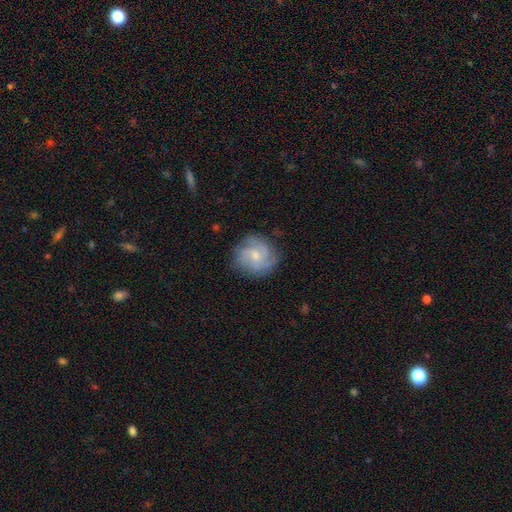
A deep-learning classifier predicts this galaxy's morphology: smooth_or_featured: featured or disk (p=0.64) [alt: smooth p=0.29]
disk_edge_on: no (p=0.98) [alt: yes p=0.02]
bar: no (p=0.56) [alt: weak p=0.39]
has_spiral_arms: yes (p=0.89) [alt: no p=0.11]
spiral_winding: tight (p=0.44) [alt: medium p=0.42]
spiral_arm_count: 3 (p=0.29) [alt: can't tell p=0.28]
bulge_size: small (p=0.46) [alt: moderate p=0.45]
merging: none (p=0.77) [alt: minor disturbance p=0.16]